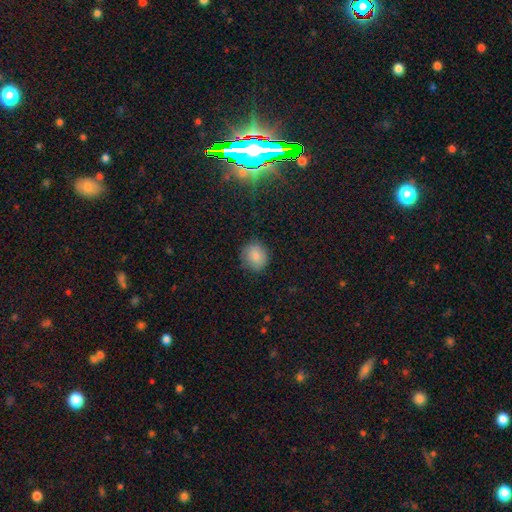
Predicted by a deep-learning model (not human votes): Overall: smooth (83%). How rounded: round (78%). Merging: none (81%).